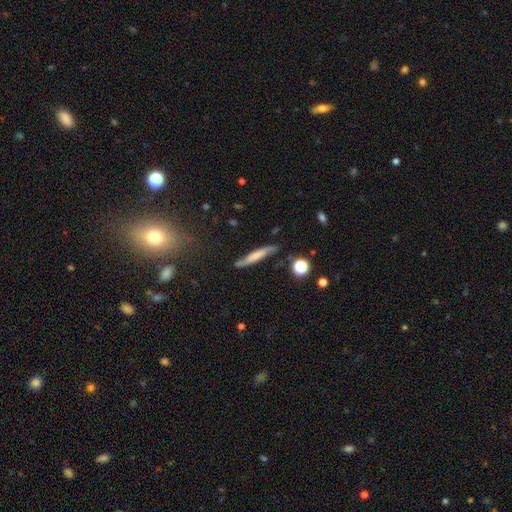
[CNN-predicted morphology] smooth 47%, featured or disk 45%, star or artifact 8%. Down the decision tree: merging — none (72%).